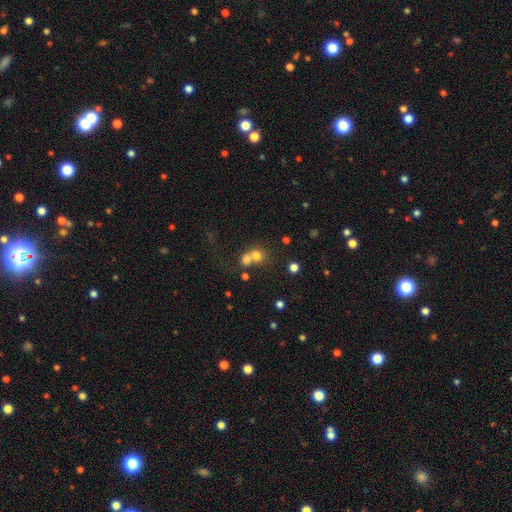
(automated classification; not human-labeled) Smooth or featured? smooth (71%)
How rounded? round (77%)
Merging? merger (57%)